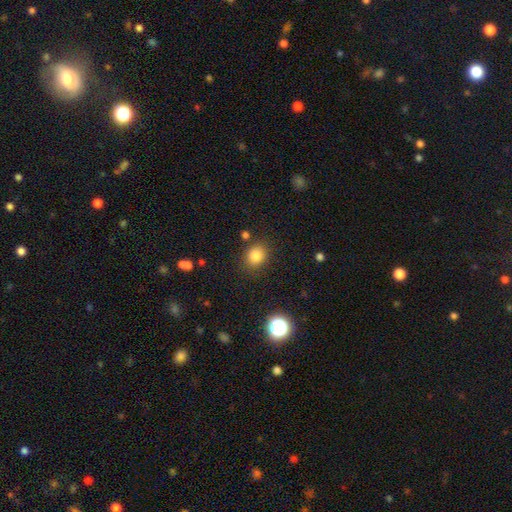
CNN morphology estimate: smooth-or-featured: smooth: 83% | star or artifact: 12% | featured or disk: 5%
  how-rounded: round: 68% | in between: 31% | cigar-shaped: 1%
  merging: none: 83% | minor disturbance: 10% | merger: 3% | major disturbance: 3%